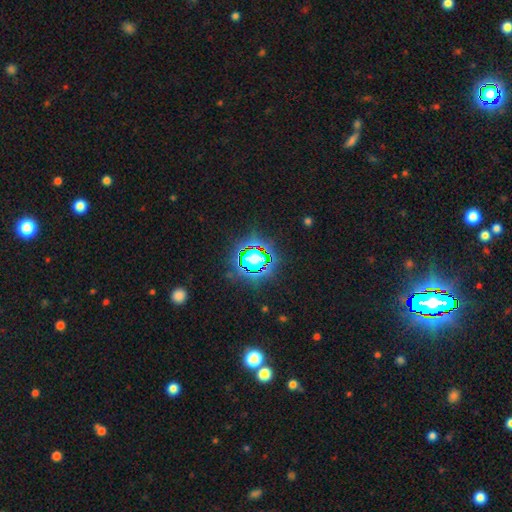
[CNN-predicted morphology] type=star or artifact (80%).